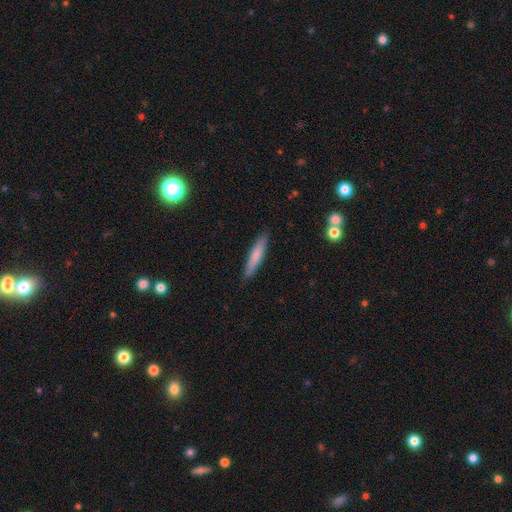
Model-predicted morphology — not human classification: This is likely a smooth galaxy (71%). How rounded: clearly cigar-shaped (89%). Merging: clearly none (87%).